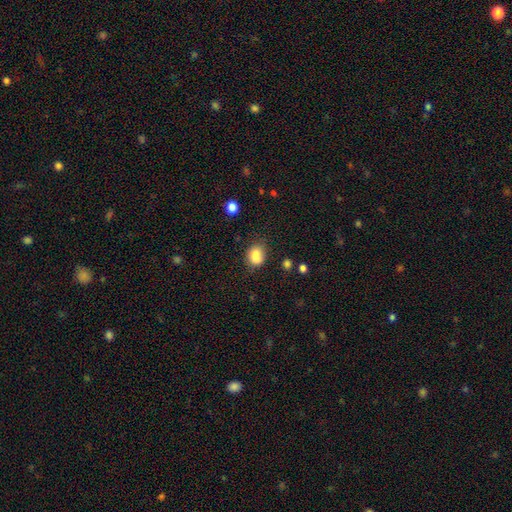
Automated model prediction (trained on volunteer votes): Smooth or featured: smooth — 84% (star or artifact — 10%)
How rounded: in between — 50% (round — 49%)
Merging: none — 63% (minor disturbance — 25%)